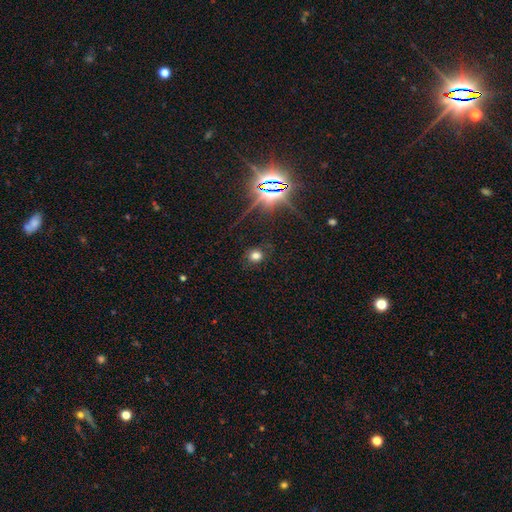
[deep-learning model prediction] smooth-or-featured: smooth: 67% | star or artifact: 24% | featured or disk: 9%
  how-rounded: round: 75% | in between: 24% | cigar-shaped: 2%
  merging: none: 82% | minor disturbance: 11% | major disturbance: 6% | merger: 2%